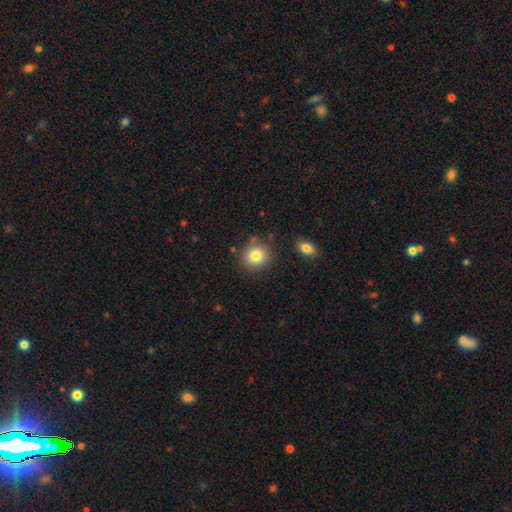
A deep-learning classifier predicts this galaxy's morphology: Smooth or featured: smooth — 83% (star or artifact — 10%)
How rounded: round — 86% (in between — 13%)
Merging: none — 81% (minor disturbance — 11%)